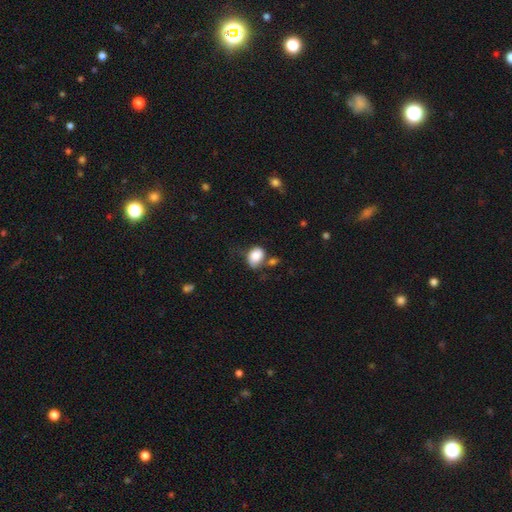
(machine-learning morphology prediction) The model was most divided on "merging": none: 40%, minor disturbance: 30%, merger: 15%, major disturbance: 14%. More confident: smooth or featured — smooth (83%); how rounded — in between (69%).